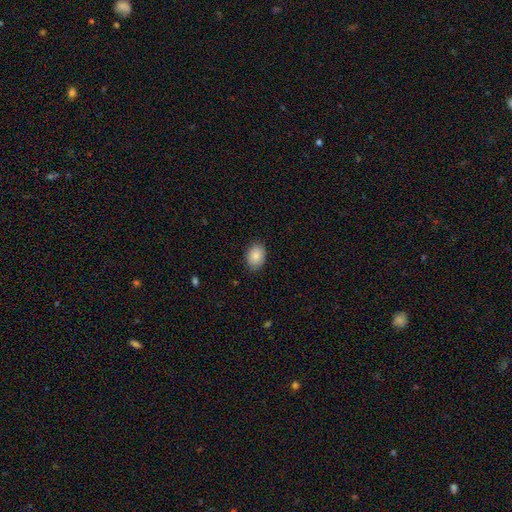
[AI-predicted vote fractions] Q: Smooth or featured?
A: smooth (87%); runner-up: star or artifact (8%)
Q: How rounded?
A: in between (71%); runner-up: round (28%)
Q: Merging?
A: none (86%); runner-up: minor disturbance (11%)